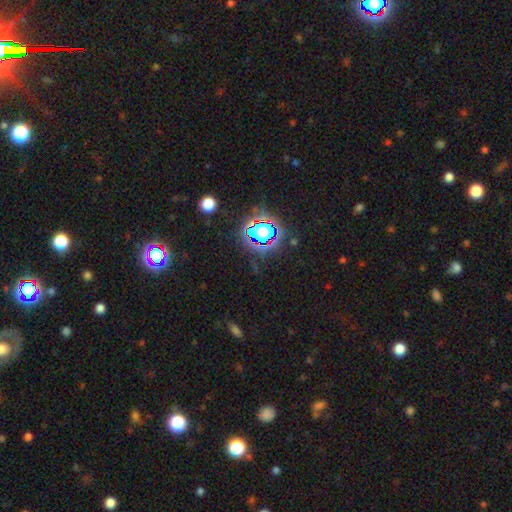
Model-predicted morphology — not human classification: Smooth or featured: star or artifact — 79% (smooth — 13%)